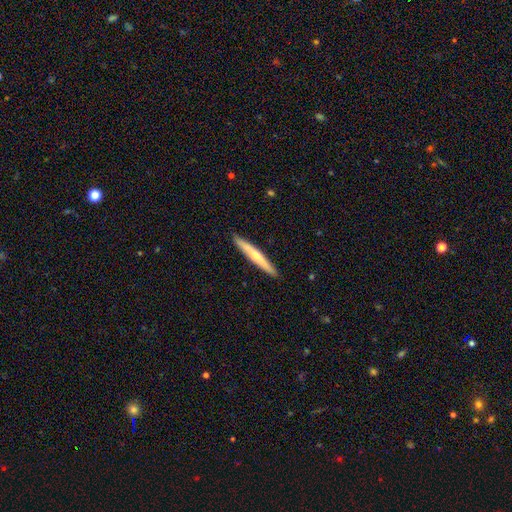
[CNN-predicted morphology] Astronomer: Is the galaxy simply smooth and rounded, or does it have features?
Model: featured or disk — 56% (runner-up: smooth, 38%).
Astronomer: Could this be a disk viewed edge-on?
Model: yes — 95%.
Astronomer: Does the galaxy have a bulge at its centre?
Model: rounded — 76%.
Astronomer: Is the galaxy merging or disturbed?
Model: none — 92%.